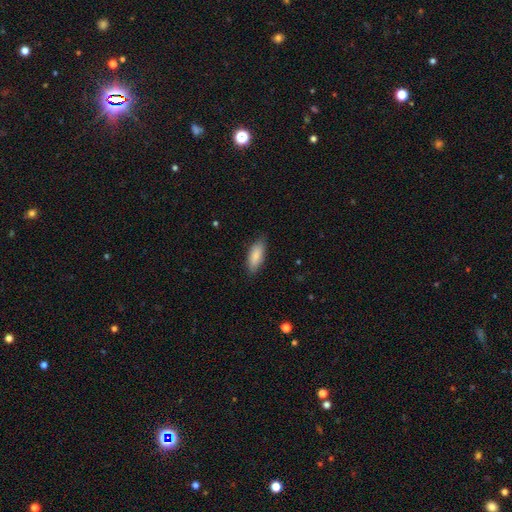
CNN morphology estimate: A smooth galaxy with no disk features (86%) that is in between round and cigar-shaped (78%).

Vote fractions:
- Smooth or featured? smooth: 86% / featured or disk: 8% / star or artifact: 6%
- How rounded? in between: 78% / cigar-shaped: 21% / round: 2%
- Merging? none: 82% / minor disturbance: 14% / major disturbance: 3% / merger: 1%